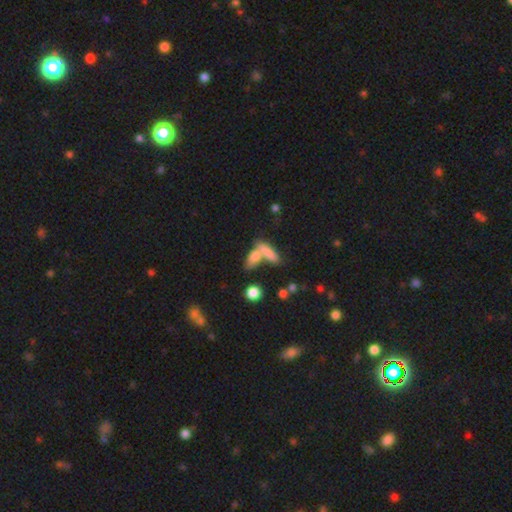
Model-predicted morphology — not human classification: A smooth galaxy with no disk features (75%) that is in between round and cigar-shaped (58%).

Vote fractions:
- Smooth or featured? smooth: 75% / featured or disk: 15% / star or artifact: 10%
- How rounded? in between: 58% / cigar-shaped: 35% / round: 7%
- Merging? merger: 51% / none: 35% / minor disturbance: 9% / major disturbance: 5%